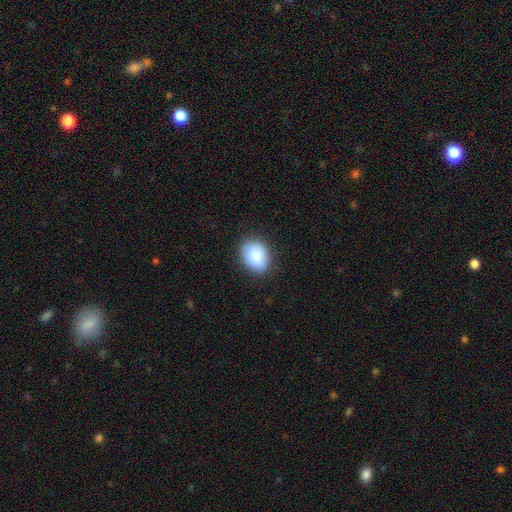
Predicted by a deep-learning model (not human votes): Smooth or featured?
  - smooth: 88% *
  - star or artifact: 7%
  - featured or disk: 6%
How rounded?
  - in between: 64% *
  - round: 35%
  - cigar-shaped: 1%
Merging?
  - none: 84% *
  - minor disturbance: 12%
  - major disturbance: 3%
  - merger: 1%